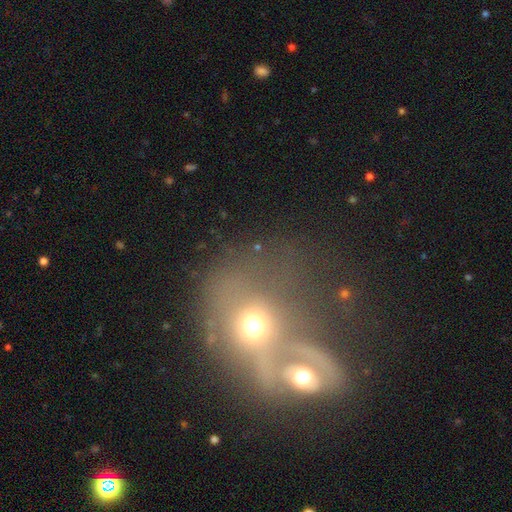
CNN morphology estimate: Q: Smooth or featured?
A: smooth (42%); runner-up: featured or disk (34%)
Q: Merging?
A: merger (71%); runner-up: none (13%)